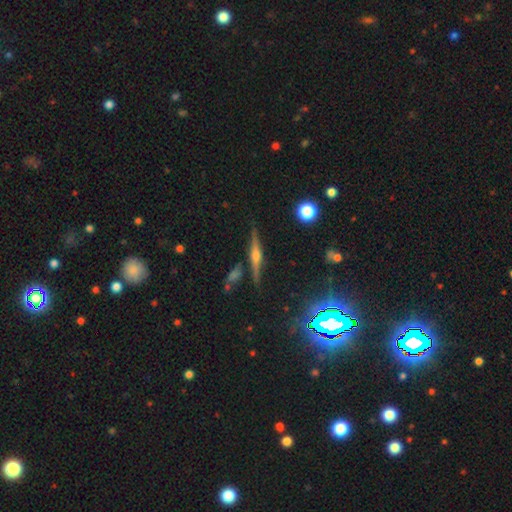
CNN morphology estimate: Smooth or featured? Predicted: featured or disk (p=0.76). Edge-on disk? Predicted: yes (p=0.97). Edge-on bulge? Predicted: rounded (p=0.87). Merging? Predicted: none (p=0.86).